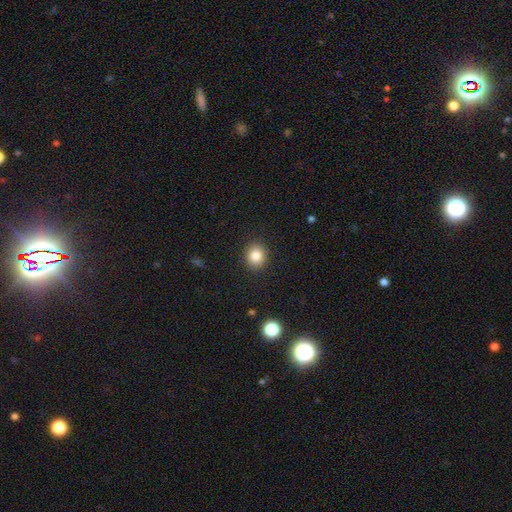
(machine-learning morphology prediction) Smooth or featured? Predicted: smooth (p=0.84). How rounded? Predicted: round (p=0.74). Merging? Predicted: none (p=0.90).